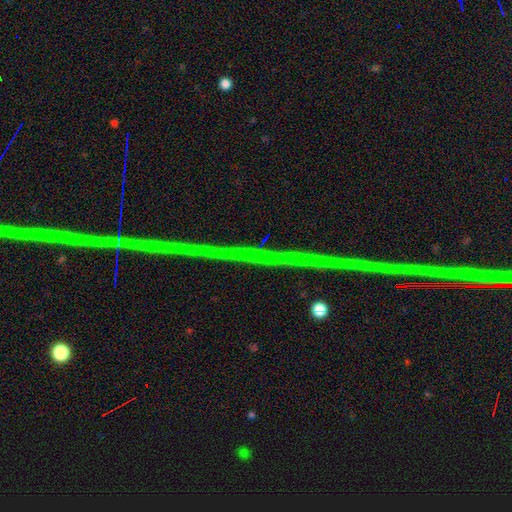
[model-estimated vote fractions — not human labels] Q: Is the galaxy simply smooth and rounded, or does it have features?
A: star or artifact — 87%.